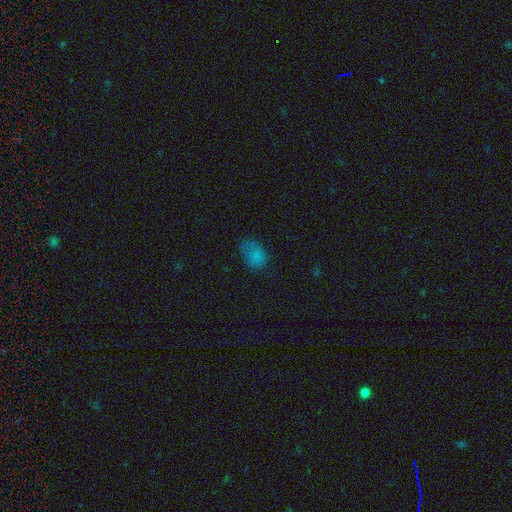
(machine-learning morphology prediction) Smooth or featured? smooth (70%)
How rounded? in between (79%)
Merging? none (45%)